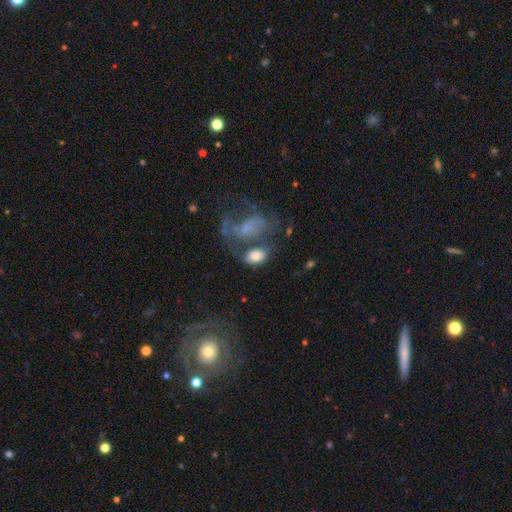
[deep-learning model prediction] smooth-or-featured: smooth: 72% | featured or disk: 18% | star or artifact: 9%
  how-rounded: in between: 83% | round: 15% | cigar-shaped: 2%
  merging: none: 32% | merger: 31% | major disturbance: 20% | minor disturbance: 17%